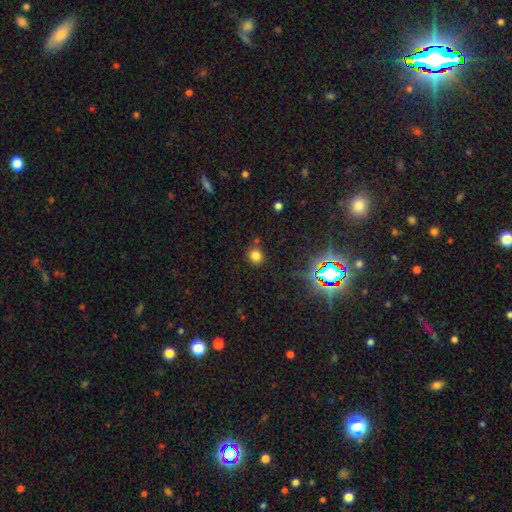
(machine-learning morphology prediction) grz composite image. It shows a smooth galaxy with no disk features (76%) that is round (76%). Merging: none (82%).